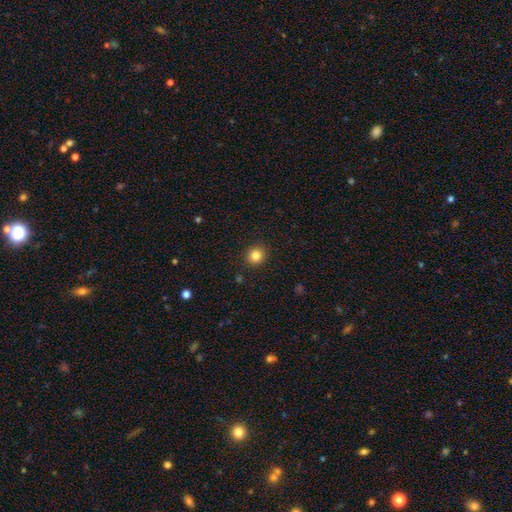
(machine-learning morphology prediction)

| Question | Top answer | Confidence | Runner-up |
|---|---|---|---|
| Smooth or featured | smooth | 83% | star or artifact (11%) |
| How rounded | round | 90% | in between (9%) |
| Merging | none | 91% | minor disturbance (6%) |